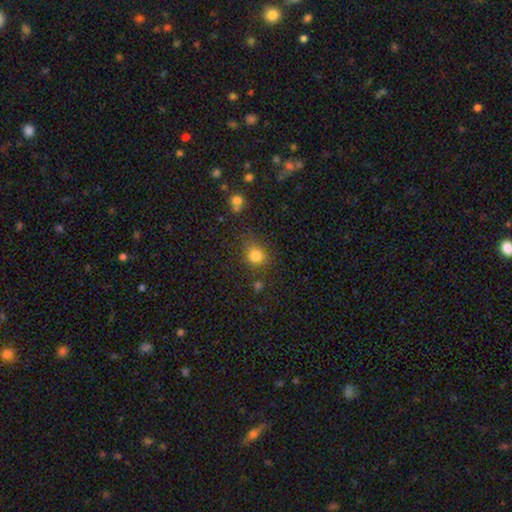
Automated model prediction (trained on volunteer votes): A smooth galaxy with no disk features (80%) that is round (74%).

Vote fractions:
- Smooth or featured? smooth: 80% / star or artifact: 13% / featured or disk: 6%
- How rounded? round: 74% / in between: 25% / cigar-shaped: 1%
- Merging? none: 71% / minor disturbance: 17% / merger: 6% / major disturbance: 6%